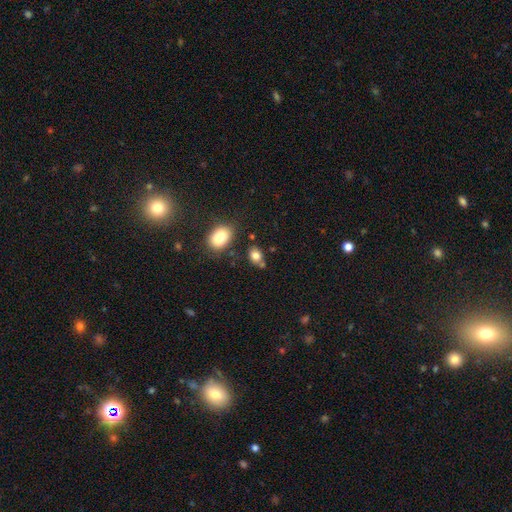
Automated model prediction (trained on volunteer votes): smooth-or-featured: smooth: 81% | star or artifact: 10% | featured or disk: 8%
  how-rounded: in between: 70% | round: 28% | cigar-shaped: 2%
  merging: none: 66% | minor disturbance: 16% | merger: 14% | major disturbance: 4%